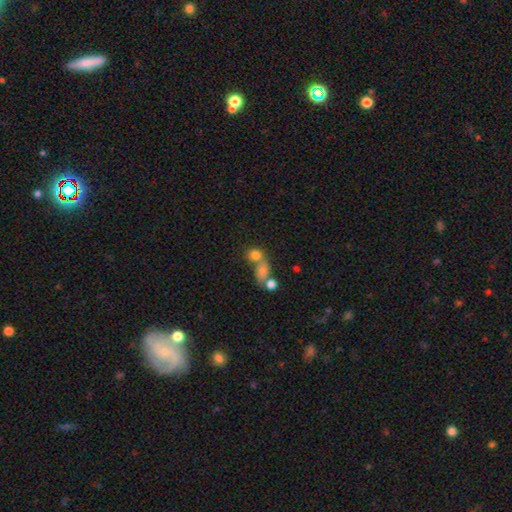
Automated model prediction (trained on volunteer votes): smooth 76%, star or artifact 13%, featured or disk 11%. Down the decision tree: how rounded — round (66%); merging — merger (47%).